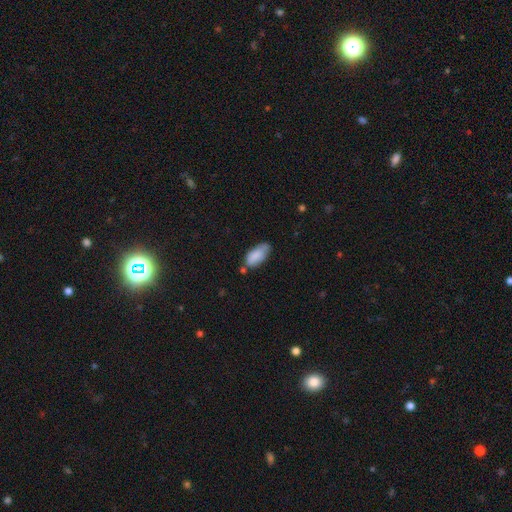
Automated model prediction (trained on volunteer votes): Smooth or featured? smooth (82%)
How rounded? in between (88%)
Merging? none (53%)